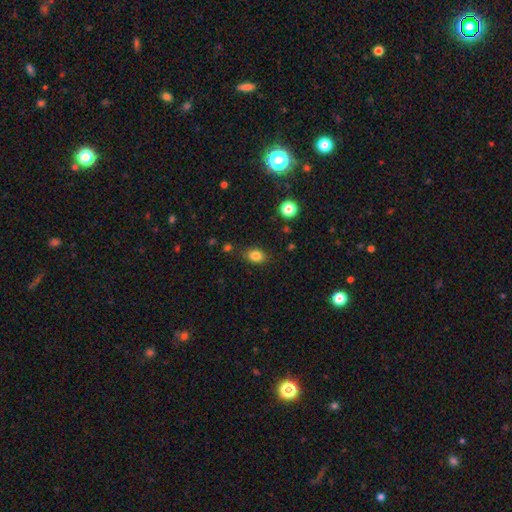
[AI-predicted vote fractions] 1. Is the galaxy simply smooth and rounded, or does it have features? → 83% smooth, 10% star or artifact, 6% featured or disk.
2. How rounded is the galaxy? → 72% in between, 26% round, 2% cigar-shaped.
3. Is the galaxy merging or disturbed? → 78% none, 15% minor disturbance, 4% major disturbance, 3% merger.